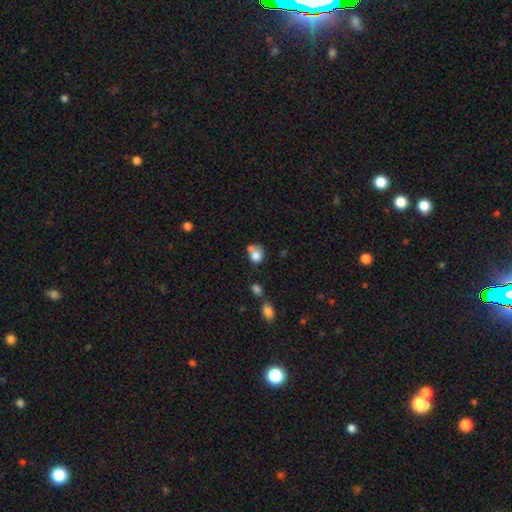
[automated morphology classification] Overall: smooth (79%). How rounded: round (64%; in between 35%). Merging: none (38%; merger 37%).